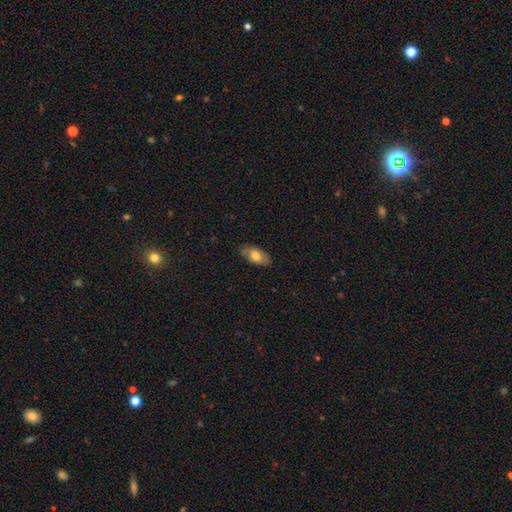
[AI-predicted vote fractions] smooth-or-featured: smooth: 67% | featured or disk: 26% | star or artifact: 6%
  how-rounded: in between: 92% | cigar-shaped: 5% | round: 3%
  merging: none: 82% | minor disturbance: 15% | major disturbance: 3% | merger: 1%